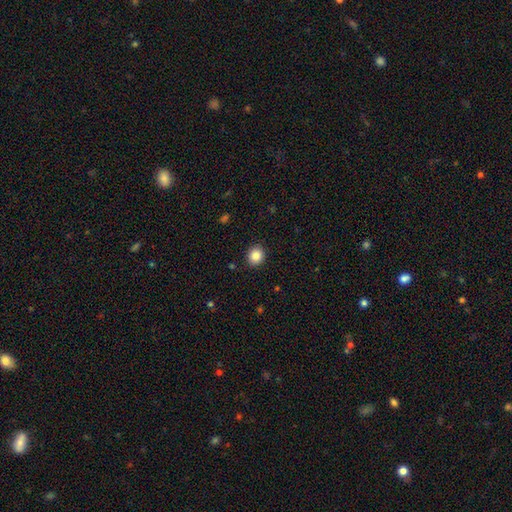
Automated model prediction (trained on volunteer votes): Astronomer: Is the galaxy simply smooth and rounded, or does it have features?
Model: smooth — 86%.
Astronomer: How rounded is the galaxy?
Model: round — 85%.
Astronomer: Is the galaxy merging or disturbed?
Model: none — 91%.